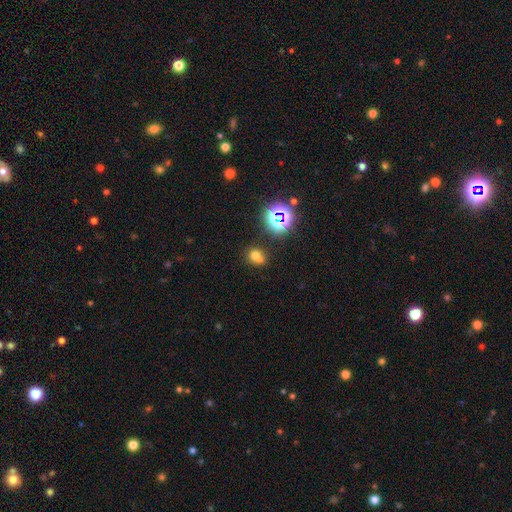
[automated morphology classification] This appears to be a smooth galaxy with no disk features (64%) that is round (61%). Merging: none (47%).